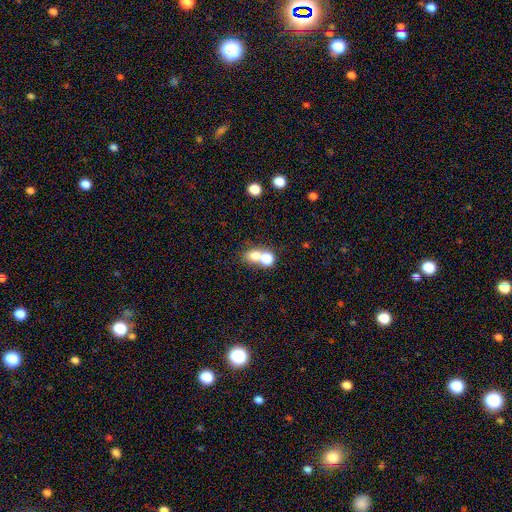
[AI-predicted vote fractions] smooth-or-featured: smooth: 72% | star or artifact: 14% | featured or disk: 13%
  how-rounded: round: 59% | in between: 39% | cigar-shaped: 2%
  merging: merger: 54% | none: 35% | minor disturbance: 7% | major disturbance: 4%